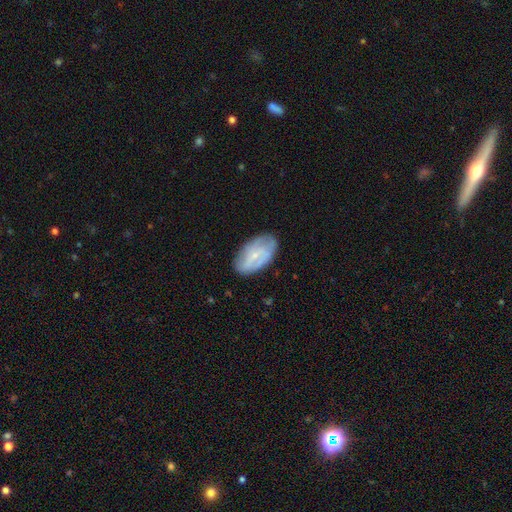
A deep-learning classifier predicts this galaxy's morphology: This appears to be a featured or disk galaxy (52%). Merging: none (71%).